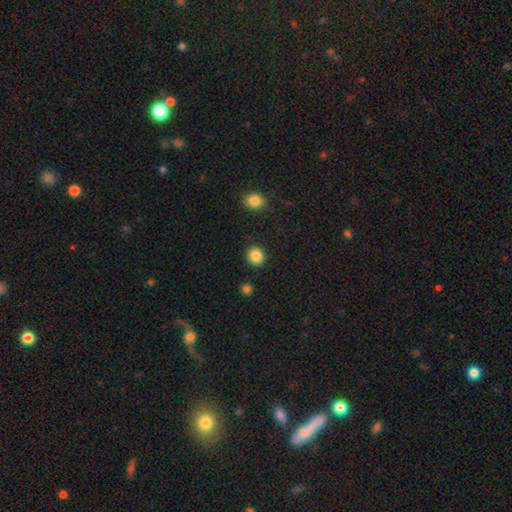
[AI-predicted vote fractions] Smooth or featured: smooth — 87% (star or artifact — 9%)
How rounded: round — 82% (in between — 18%)
Merging: none — 90% (minor disturbance — 6%)